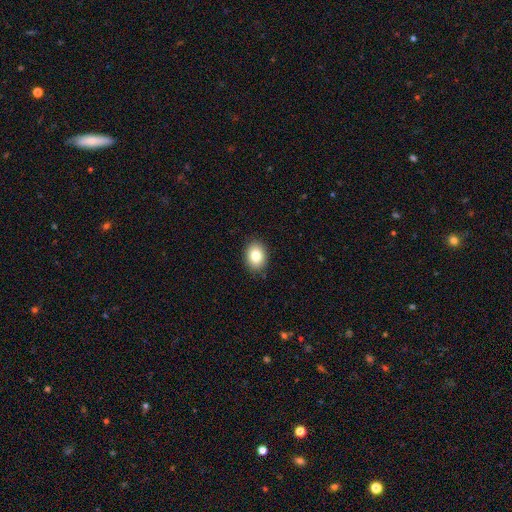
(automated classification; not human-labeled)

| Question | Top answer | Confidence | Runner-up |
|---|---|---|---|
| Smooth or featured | smooth | 82% | star or artifact (9%) |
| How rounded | in between | 65% | round (34%) |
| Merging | none | 88% | minor disturbance (9%) |